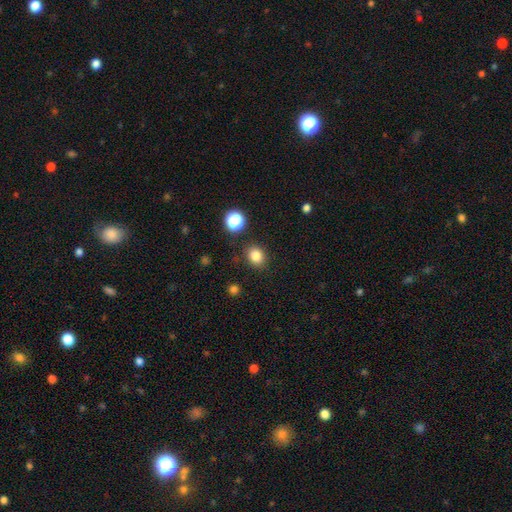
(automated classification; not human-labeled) Morphology: type=smooth (83%); roundness=round (59%); merging=none (86%).